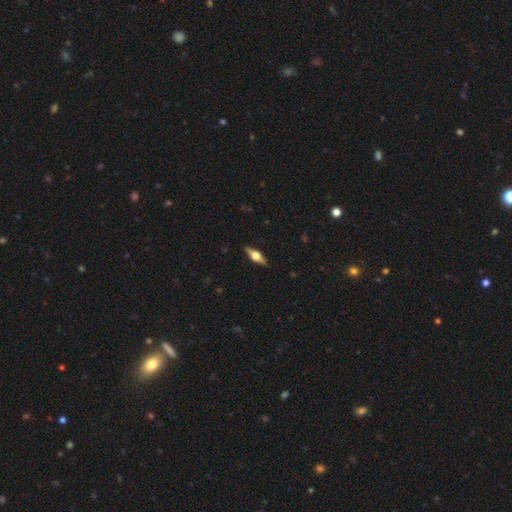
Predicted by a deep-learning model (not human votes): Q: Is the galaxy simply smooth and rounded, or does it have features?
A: featured or disk — 67%.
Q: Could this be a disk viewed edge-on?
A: yes — 96%.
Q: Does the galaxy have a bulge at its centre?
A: rounded — 93%.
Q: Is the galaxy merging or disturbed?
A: none — 89%.